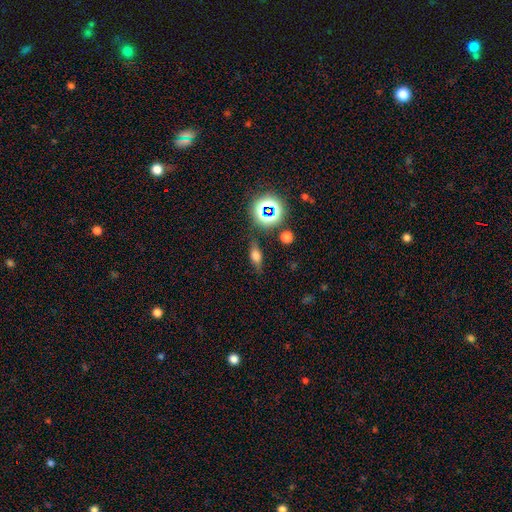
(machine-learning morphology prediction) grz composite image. It shows a smooth galaxy with no disk features (57%) that is in between round and cigar-shaped (60%). Merging: none (77%).